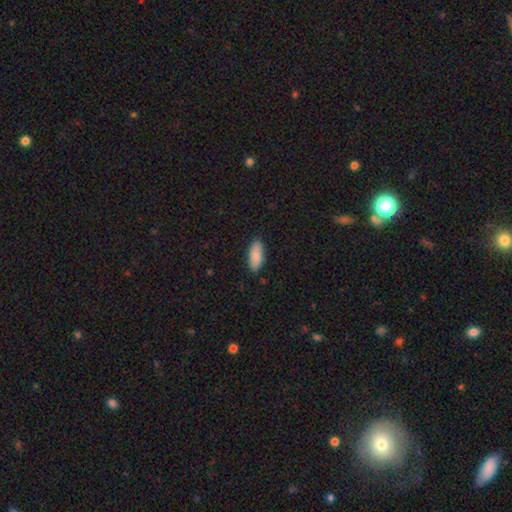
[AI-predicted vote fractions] Morphology: type=smooth (87%); roundness=in between (83%); merging=none (86%).